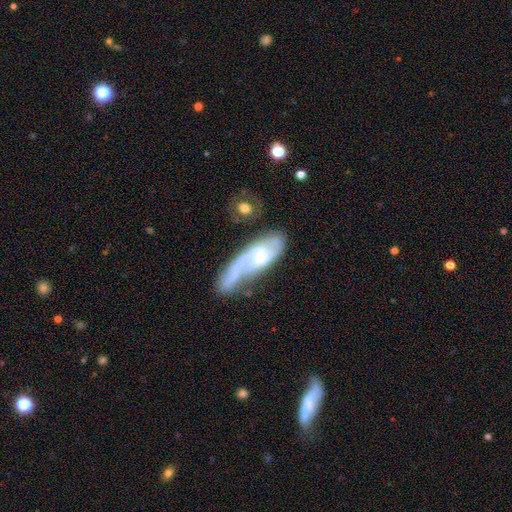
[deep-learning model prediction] Smooth or featured?
  - featured or disk: 70% *
  - smooth: 22%
  - star or artifact: 8%
Edge-on disk?
  - no: 84% *
  - yes: 16%
Bar?
  - no: 52% *
  - weak: 35%
  - strong: 13%
Spiral arms?
  - yes: 78% *
  - no: 22%
Bulge size?
  - small: 38% *
  - moderate: 31%
  - none: 24%
  - large: 6%
  - dominant: 2%
Merging?
  - none: 35% *
  - major disturbance: 30%
  - minor disturbance: 22%
  - merger: 13%